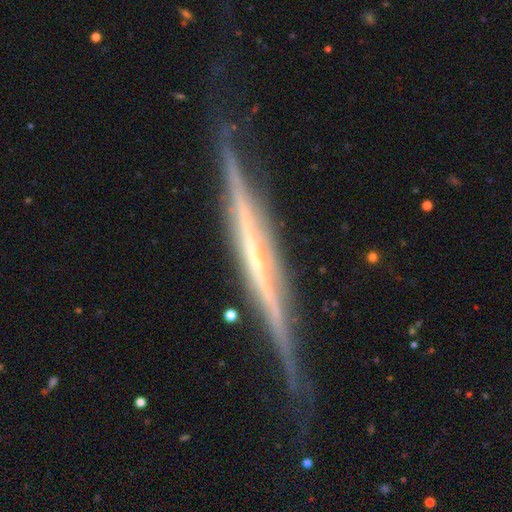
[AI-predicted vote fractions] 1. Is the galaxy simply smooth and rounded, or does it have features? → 83% featured or disk, 11% smooth, 6% star or artifact.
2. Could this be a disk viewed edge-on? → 97% yes, 3% no.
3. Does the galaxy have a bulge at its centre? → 69% none, 20% rounded, 11% boxy.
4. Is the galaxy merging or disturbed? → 78% none, 17% minor disturbance, 4% major disturbance, 2% merger.